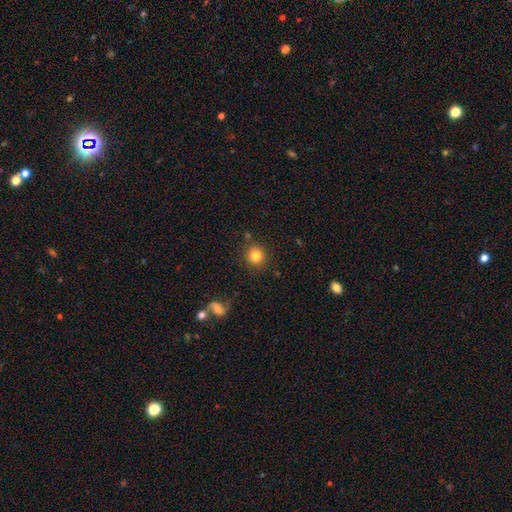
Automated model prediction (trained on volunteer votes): A smooth galaxy with no disk features (83%) that is round (92%).

Vote fractions:
- Smooth or featured? smooth: 83% / star or artifact: 11% / featured or disk: 7%
- How rounded? round: 92% / in between: 7% / cigar-shaped: 1%
- Merging? none: 86% / minor disturbance: 8% / merger: 3% / major disturbance: 3%